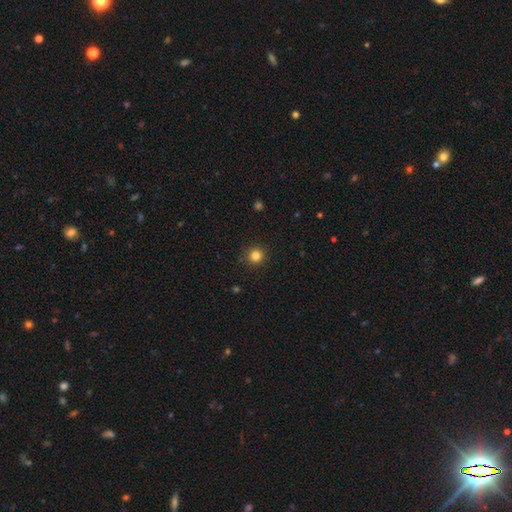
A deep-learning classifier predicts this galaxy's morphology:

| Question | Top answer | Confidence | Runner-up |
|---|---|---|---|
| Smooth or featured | smooth | 83% | star or artifact (12%) |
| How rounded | round | 94% | in between (5%) |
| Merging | none | 91% | minor disturbance (6%) |